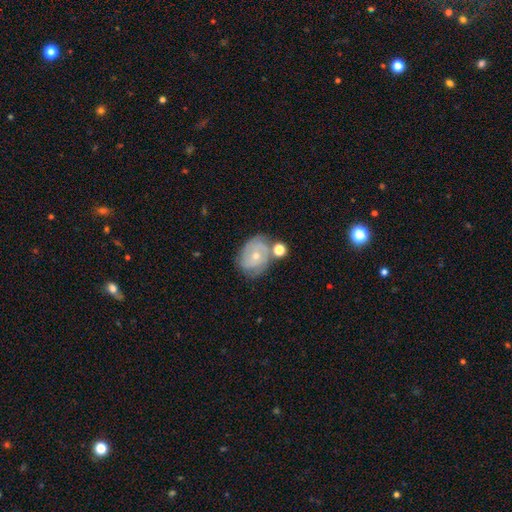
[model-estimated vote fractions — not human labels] smooth-or-featured: featured or disk: 63% | smooth: 29% | star or artifact: 8%
  disk-edge-on: no: 97% | yes: 3%
    bar: no: 76% | weak: 20% | strong: 4%
    has-spiral-arms: yes: 83% | no: 17%
      spiral-winding: tight: 60% | medium: 31% | loose: 9%
      spiral-arm-count: can't tell: 35% | 2: 31% | 3: 20% | 4: 6% | 1: 4% | more than 4: 3%
    bulge-size: small: 62% | moderate: 35% | none: 1% | large: 1% | dominant: 1%
  merging: none: 56% | minor disturbance: 21% | merger: 16% | major disturbance: 7%